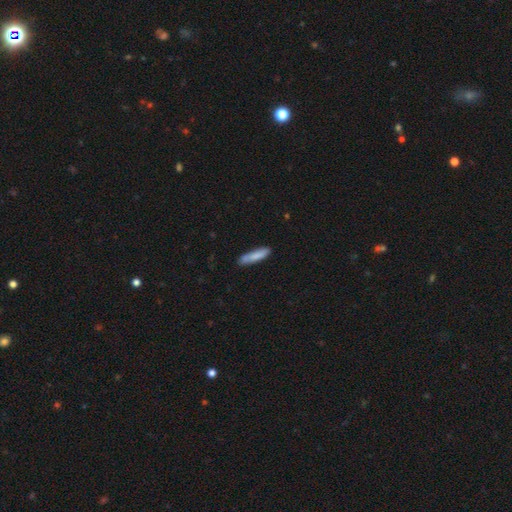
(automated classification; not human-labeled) Smooth or featured?
  - smooth: 80% *
  - featured or disk: 15%
  - star or artifact: 6%
How rounded?
  - cigar-shaped: 80% *
  - in between: 18%
  - round: 1%
Merging?
  - none: 77% *
  - minor disturbance: 17%
  - merger: 3%
  - major disturbance: 3%